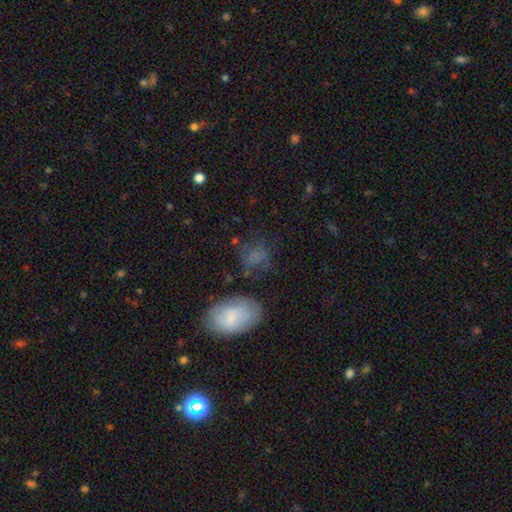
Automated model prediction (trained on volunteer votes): smooth-or-featured: smooth: 65% | featured or disk: 20% | star or artifact: 15%
  how-rounded: round: 51% | in between: 47% | cigar-shaped: 2%
  merging: none: 55% | minor disturbance: 21% | major disturbance: 16% | merger: 8%